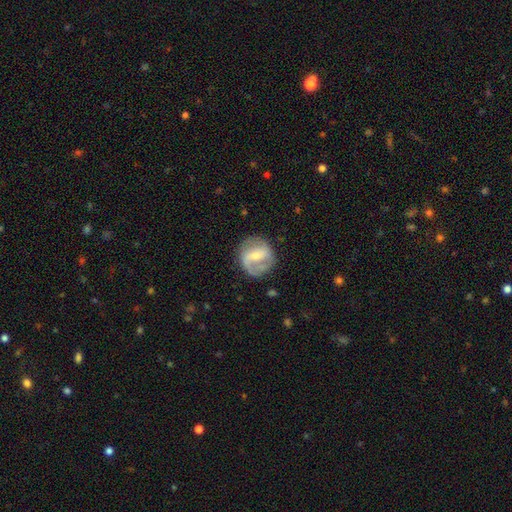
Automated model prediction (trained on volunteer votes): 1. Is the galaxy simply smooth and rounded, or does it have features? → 75% featured or disk, 19% smooth, 5% star or artifact.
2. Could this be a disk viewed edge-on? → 97% no, 3% yes.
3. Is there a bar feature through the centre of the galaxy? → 45% weak, 34% strong, 21% no.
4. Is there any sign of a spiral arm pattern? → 86% yes, 14% no.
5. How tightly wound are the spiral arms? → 44% medium, 33% loose, 22% tight.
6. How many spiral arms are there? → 75% 2, 10% 1, 10% can't tell, 3% 3, 1% 4, 1% more than 4.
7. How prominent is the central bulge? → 56% small, 39% moderate, 2% none, 2% large, 1% dominant.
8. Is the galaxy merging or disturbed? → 72% none, 17% minor disturbance, 9% major disturbance, 2% merger.